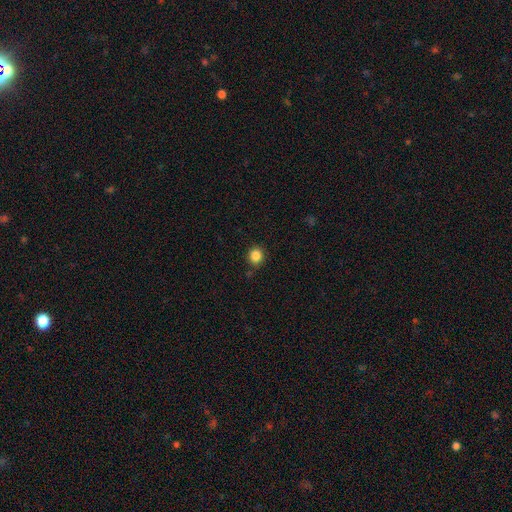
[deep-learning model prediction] A smooth galaxy with no disk features (86%) that is round (88%). Merging: none (85%).